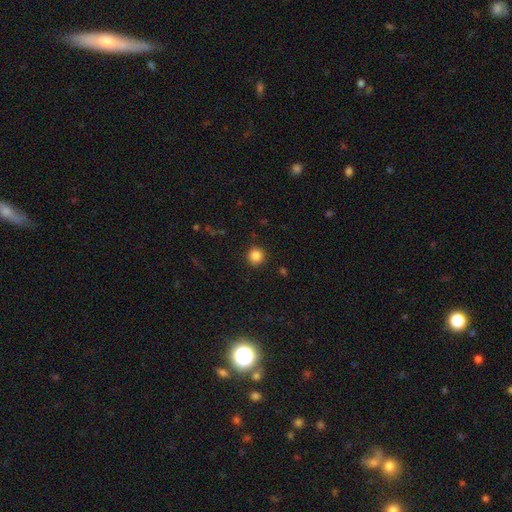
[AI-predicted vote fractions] A smooth galaxy with no disk features (85%) that is round (94%).

Vote fractions:
- Smooth or featured? smooth: 85% / star or artifact: 11% / featured or disk: 4%
- How rounded? round: 94% / in between: 5% / cigar-shaped: 1%
- Merging? none: 90% / minor disturbance: 6% / major disturbance: 2% / merger: 1%